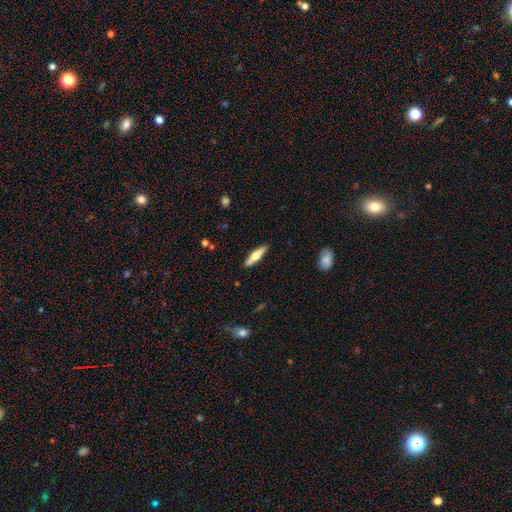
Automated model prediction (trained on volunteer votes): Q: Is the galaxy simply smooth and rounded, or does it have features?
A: featured or disk — 48%.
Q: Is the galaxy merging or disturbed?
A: none — 87%.